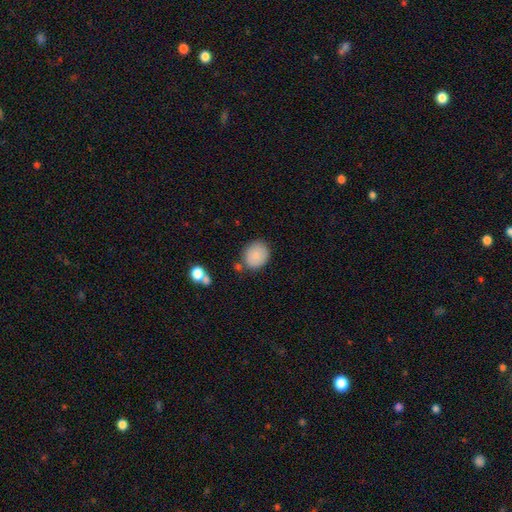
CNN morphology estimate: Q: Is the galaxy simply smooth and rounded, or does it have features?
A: smooth — 85%.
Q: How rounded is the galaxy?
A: round — 67%.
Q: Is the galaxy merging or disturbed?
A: none — 78%.